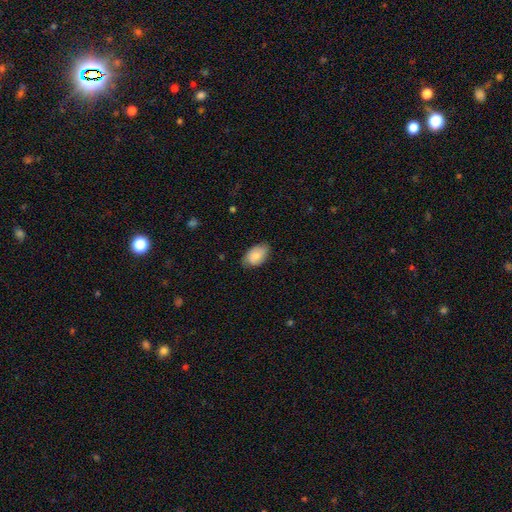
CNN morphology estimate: Smooth or featured?
  - smooth: 82% *
  - featured or disk: 12%
  - star or artifact: 7%
How rounded?
  - in between: 91% *
  - round: 8%
  - cigar-shaped: 1%
Merging?
  - none: 75% *
  - minor disturbance: 21%
  - major disturbance: 3%
  - merger: 1%